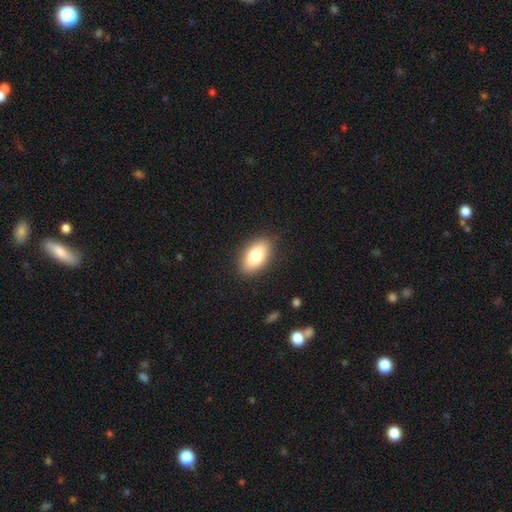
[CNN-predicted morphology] This appears to be a smooth galaxy with no disk features (79%) that is in between round and cigar-shaped (91%). Merging: none (87%).